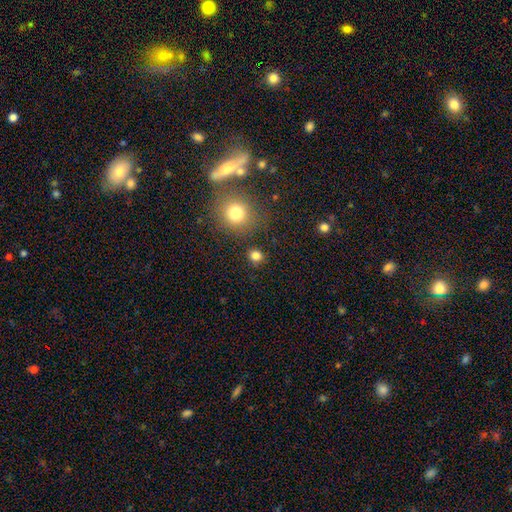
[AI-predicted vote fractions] This appears to be a smooth galaxy with no disk features (81%) that is round (81%). Merging: none (86%).